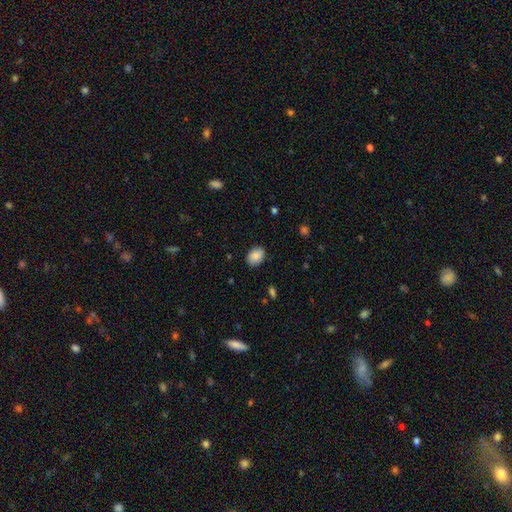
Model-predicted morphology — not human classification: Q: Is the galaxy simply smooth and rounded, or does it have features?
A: smooth — 86%.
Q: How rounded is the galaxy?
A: in between — 76%.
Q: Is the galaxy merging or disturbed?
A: none — 85%.